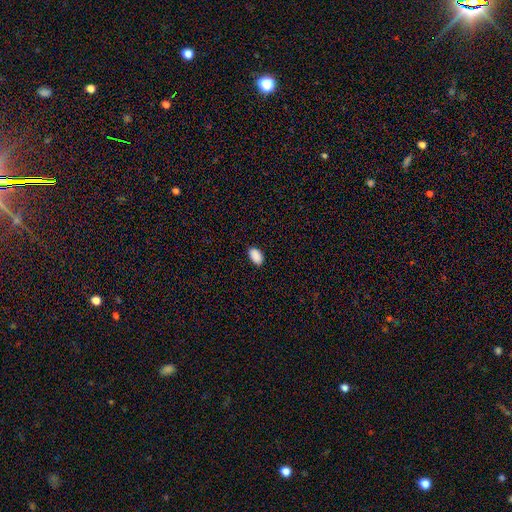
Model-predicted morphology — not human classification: A smooth galaxy with no disk features (90%) that is in between round and cigar-shaped (93%). Merging: none (88%).